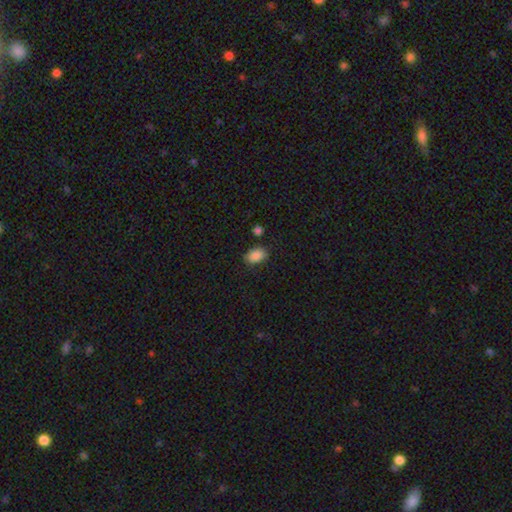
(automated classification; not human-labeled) Smooth or featured? Predicted: smooth (p=0.87). How rounded? Predicted: in between (p=0.88). Merging? Predicted: none (p=0.81).